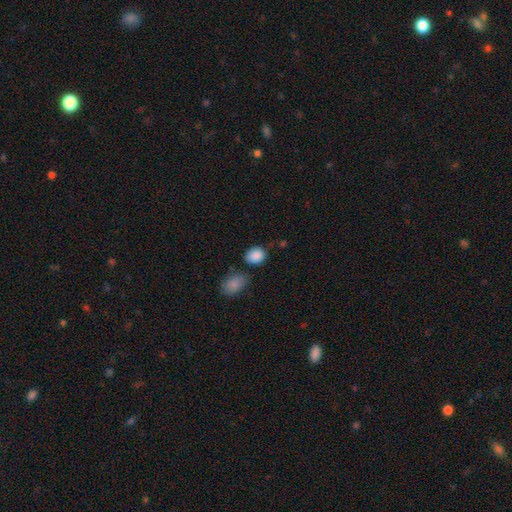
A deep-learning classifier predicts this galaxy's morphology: Overall: smooth (88%). How rounded: in between (50%; round 49%). Merging: none (73%).